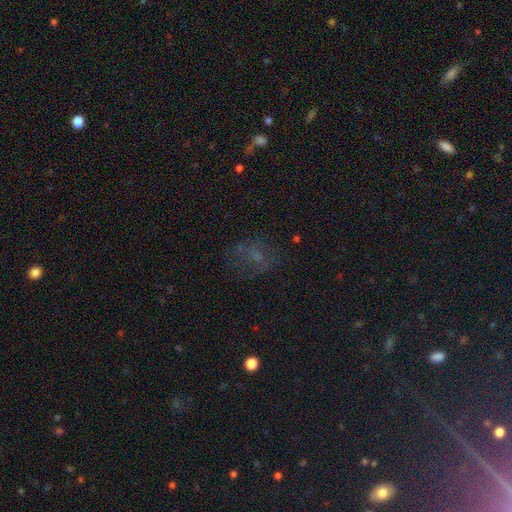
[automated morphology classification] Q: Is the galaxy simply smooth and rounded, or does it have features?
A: smooth — 43%.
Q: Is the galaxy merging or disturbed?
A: none — 59%.